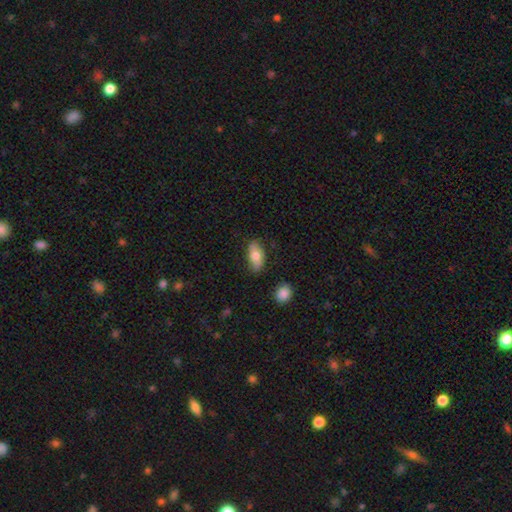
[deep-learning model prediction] Overall: smooth (71%). How rounded: in between (89%). Merging: none (79%).